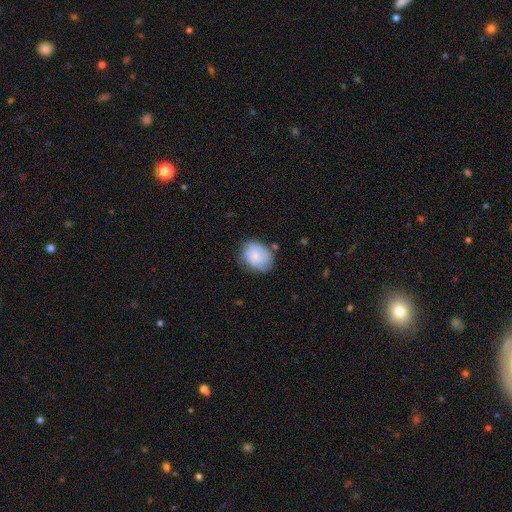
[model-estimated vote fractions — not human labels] This appears to be a smooth galaxy with no disk features (64%) that is in between round and cigar-shaped (57%). Merging: none (67%).